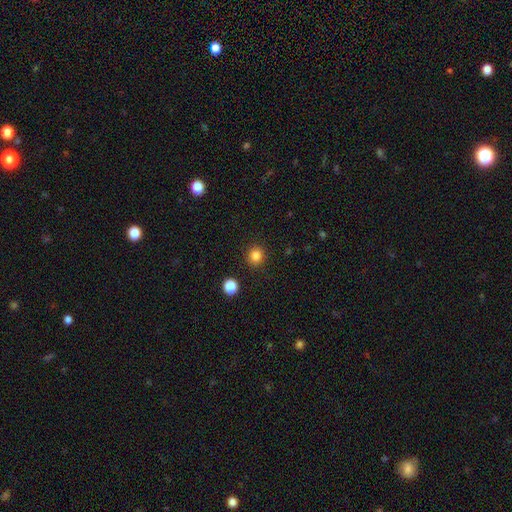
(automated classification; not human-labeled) smooth-or-featured: smooth: 84% | star or artifact: 12% | featured or disk: 4%
  how-rounded: round: 91% | in between: 8% | cigar-shaped: 1%
  merging: none: 90% | minor disturbance: 6% | major disturbance: 2% | merger: 2%